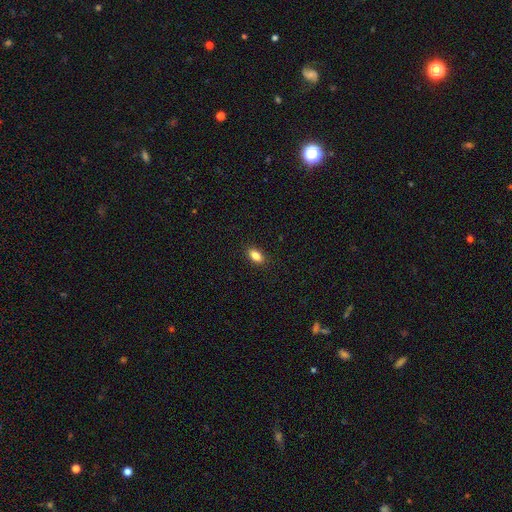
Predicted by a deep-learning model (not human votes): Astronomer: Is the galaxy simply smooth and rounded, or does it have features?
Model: smooth — 85%.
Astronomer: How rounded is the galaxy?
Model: in between — 87%.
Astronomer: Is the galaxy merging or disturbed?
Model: none — 89%.